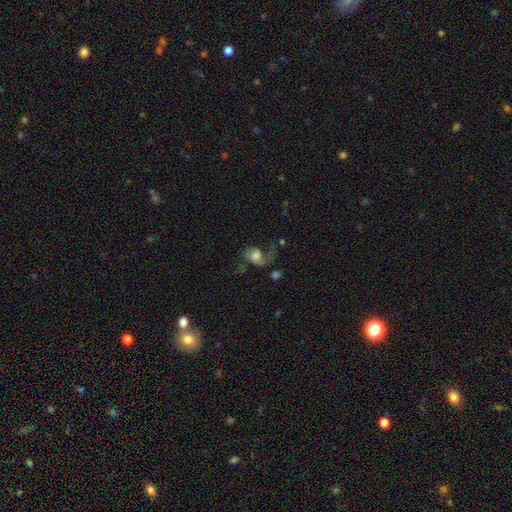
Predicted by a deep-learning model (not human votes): A featured or disk galaxy (51%).

Vote fractions:
- Smooth or featured? featured or disk: 51% / smooth: 40% / star or artifact: 9%
- Edge-on disk? no: 97% / yes: 3%
- Merging? major disturbance: 47% / none: 31% / minor disturbance: 17% / merger: 5%